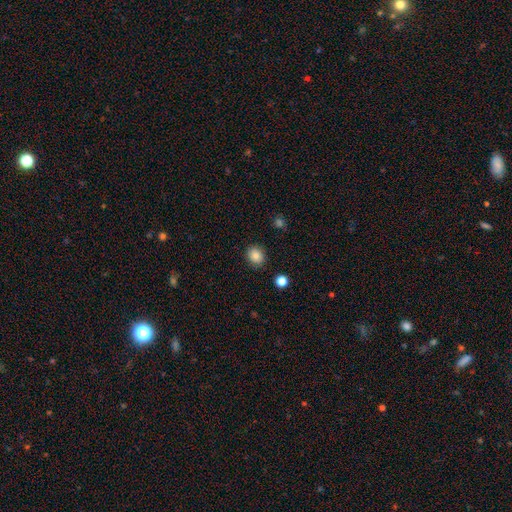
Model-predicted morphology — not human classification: The model was most divided on "how rounded": round: 69%, in between: 30%, cigar-shaped: 1%. More confident: merging — none (88%); smooth or featured — smooth (84%).